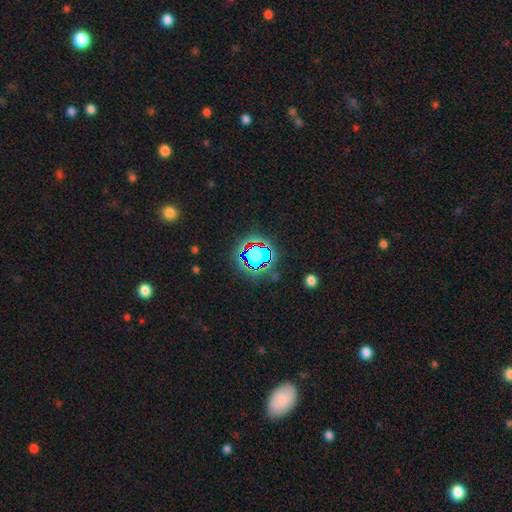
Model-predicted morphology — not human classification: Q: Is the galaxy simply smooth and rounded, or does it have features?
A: star or artifact — 58%.